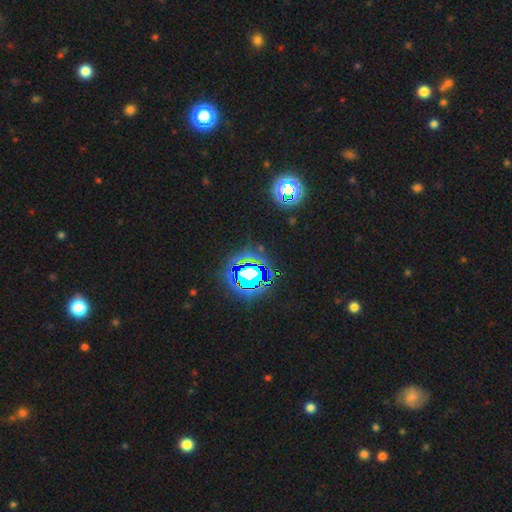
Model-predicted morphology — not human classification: This appears to be a star or artifact, not a galaxy (81%).